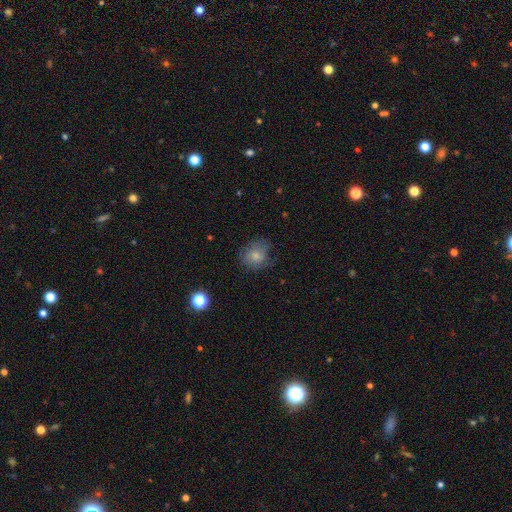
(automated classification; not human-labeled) A smooth galaxy with no disk features (71%) that is round (69%). Merging: none (61%).